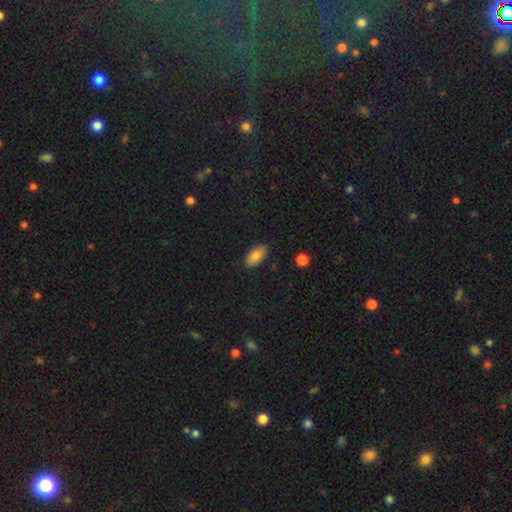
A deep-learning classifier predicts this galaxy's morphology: smooth-or-featured: smooth: 84% | star or artifact: 8% | featured or disk: 7%
  how-rounded: in between: 93% | cigar-shaped: 4% | round: 3%
  merging: none: 87% | minor disturbance: 10% | major disturbance: 2% | merger: 1%